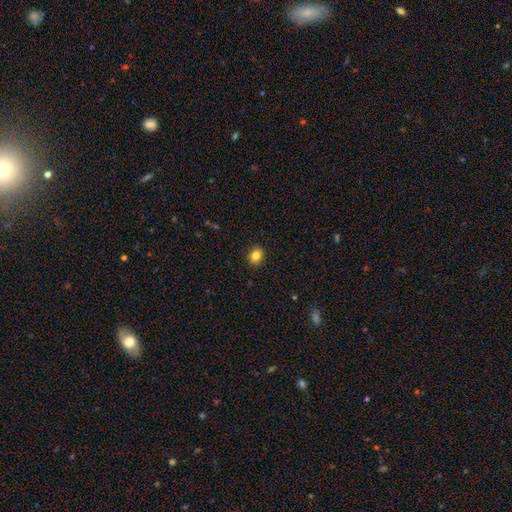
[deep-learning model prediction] Morphology: type=smooth (83%); roundness=round (69%); merging=none (91%).